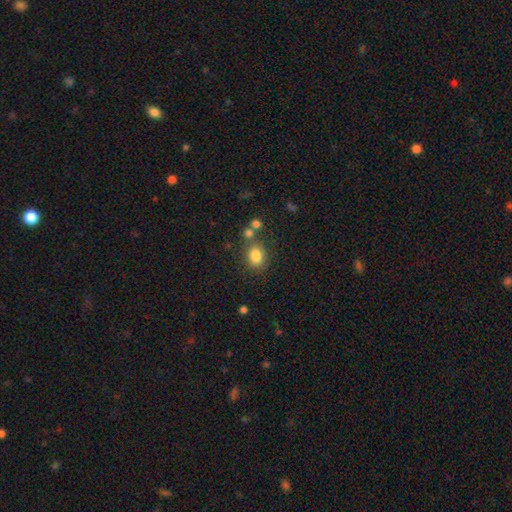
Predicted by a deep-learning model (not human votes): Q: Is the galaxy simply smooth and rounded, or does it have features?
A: smooth — 82%.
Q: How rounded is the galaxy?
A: round — 53%.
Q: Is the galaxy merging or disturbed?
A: none — 71%.